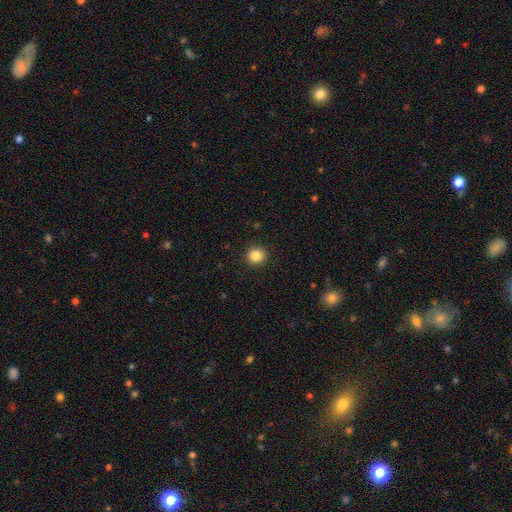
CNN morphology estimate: This is clearly a smooth galaxy (85%). How rounded: clearly round (89%). Merging: clearly none (92%).